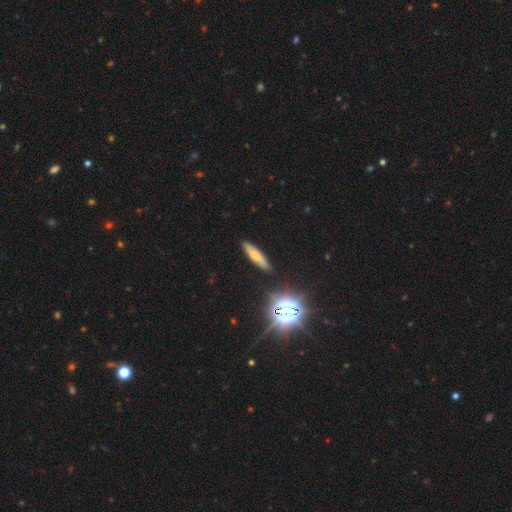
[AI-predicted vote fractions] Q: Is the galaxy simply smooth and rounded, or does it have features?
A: smooth — 60%.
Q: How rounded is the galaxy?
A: cigar-shaped — 77%.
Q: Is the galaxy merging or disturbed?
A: none — 88%.